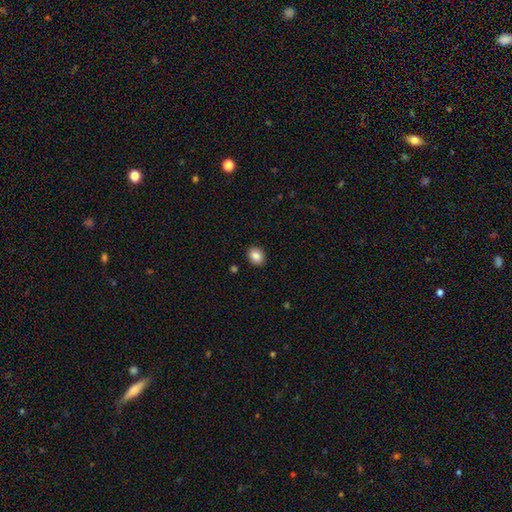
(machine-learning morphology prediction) type=smooth (85%); roundness=in between (54%); merging=none (90%).